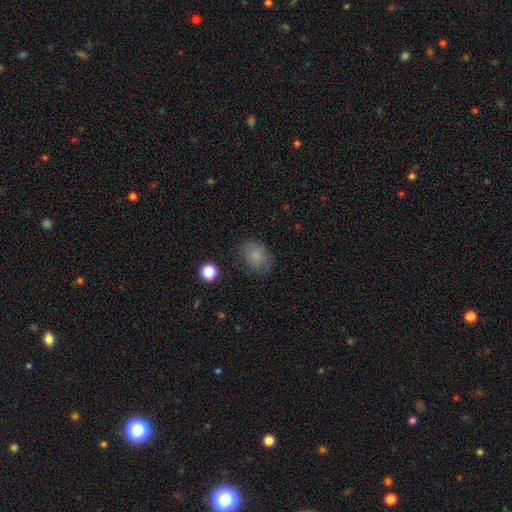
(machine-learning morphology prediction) Smooth or featured?
  - smooth: 72% *
  - featured or disk: 17%
  - star or artifact: 10%
How rounded?
  - round: 50% *
  - in between: 49%
  - cigar-shaped: 1%
Merging?
  - none: 67% *
  - minor disturbance: 22%
  - major disturbance: 9%
  - merger: 2%